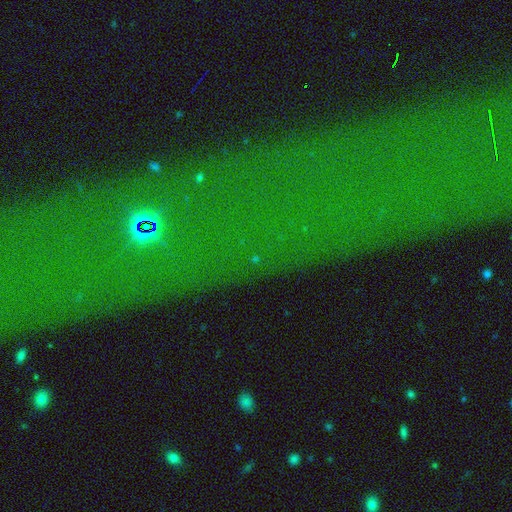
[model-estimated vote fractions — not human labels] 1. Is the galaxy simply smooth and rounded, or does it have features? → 73% star or artifact, 14% featured or disk, 13% smooth.